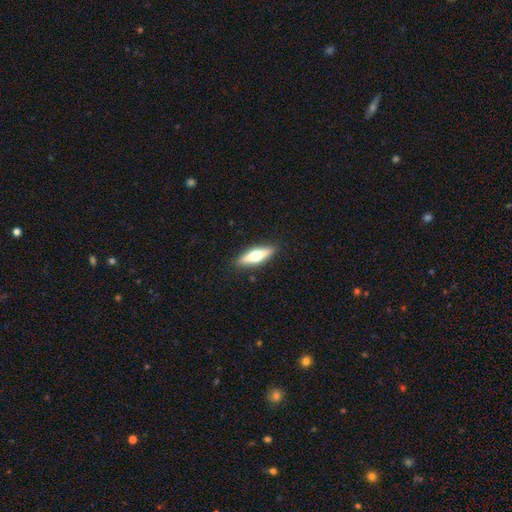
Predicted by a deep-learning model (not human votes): smooth-or-featured: featured or disk: 52% | smooth: 42% | star or artifact: 6%
  disk-edge-on: yes: 92% | no: 8%
  merging: none: 89% | minor disturbance: 8% | major disturbance: 2% | merger: 1%